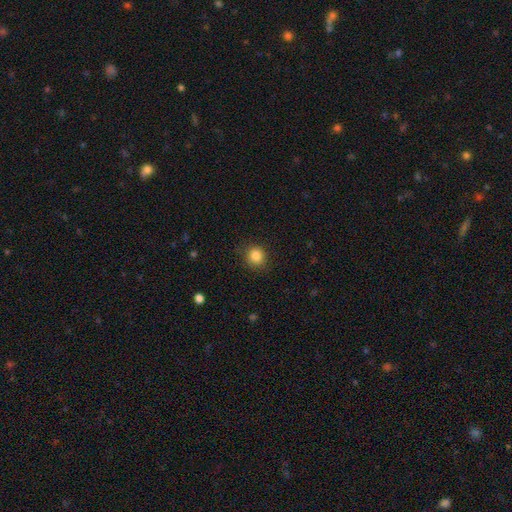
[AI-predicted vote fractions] smooth-or-featured: smooth: 85% | star or artifact: 11% | featured or disk: 4%
  how-rounded: round: 87% | in between: 12% | cigar-shaped: 1%
  merging: none: 87% | minor disturbance: 10% | major disturbance: 3% | merger: 1%